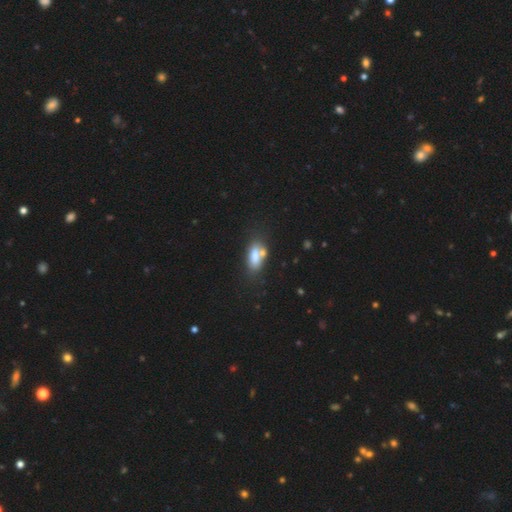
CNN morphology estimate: Overall: smooth (74%). How rounded: in between (78%). Merging: none (49%; merger 27%).